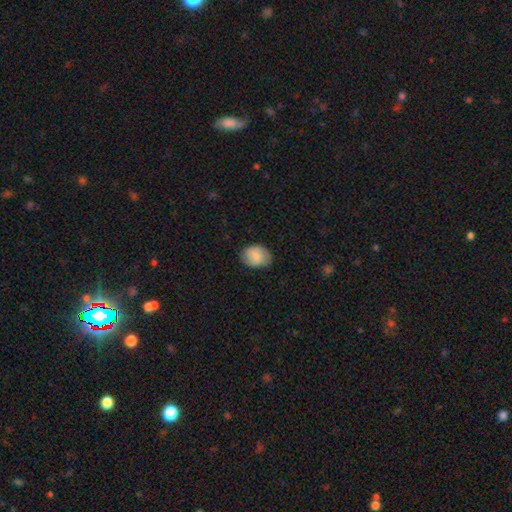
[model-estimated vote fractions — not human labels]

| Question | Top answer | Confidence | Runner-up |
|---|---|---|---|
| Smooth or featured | smooth | 79% | featured or disk (14%) |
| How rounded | in between | 63% | round (36%) |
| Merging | none | 75% | minor disturbance (20%) |